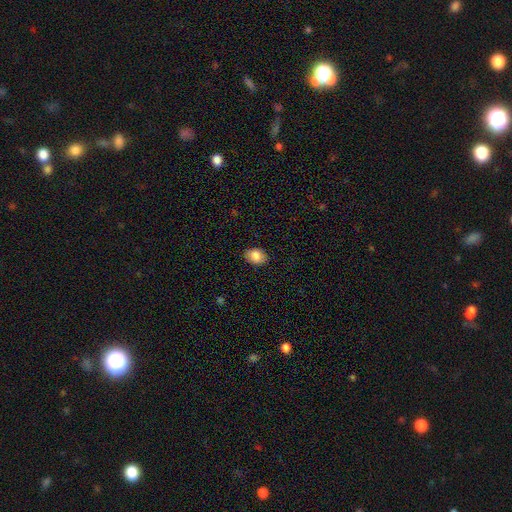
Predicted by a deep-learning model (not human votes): Smooth or featured? Predicted: smooth (p=0.85). How rounded? Predicted: in between (p=0.74). Merging? Predicted: none (p=0.86).